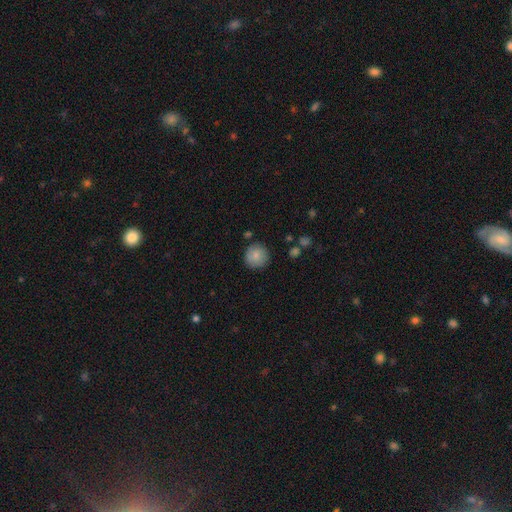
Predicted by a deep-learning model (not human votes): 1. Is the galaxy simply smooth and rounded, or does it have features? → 84% smooth, 9% featured or disk, 7% star or artifact.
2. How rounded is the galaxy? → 93% round, 6% in between, 1% cigar-shaped.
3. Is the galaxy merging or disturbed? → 84% none, 11% minor disturbance, 3% major disturbance, 2% merger.